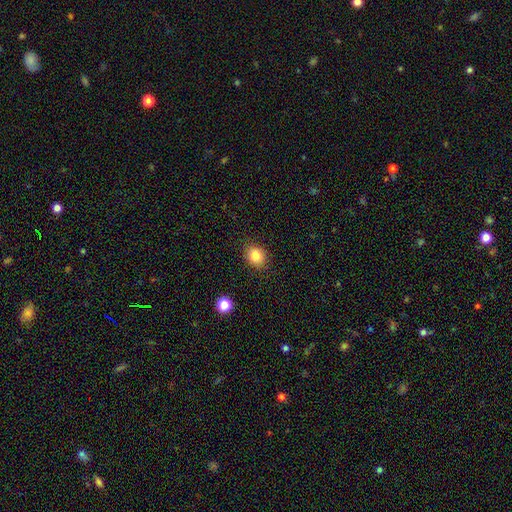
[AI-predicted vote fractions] smooth-or-featured: smooth: 84% | star or artifact: 10% | featured or disk: 6%
  how-rounded: round: 60% | in between: 39% | cigar-shaped: 1%
  merging: none: 88% | minor disturbance: 9% | major disturbance: 2% | merger: 1%